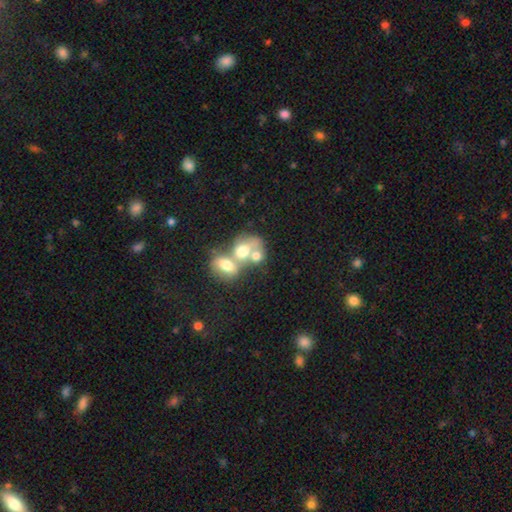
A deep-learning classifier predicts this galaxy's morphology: Q: Smooth or featured?
A: smooth (62%); runner-up: featured or disk (27%)
Q: How rounded?
A: in between (51%); runner-up: round (48%)
Q: Merging?
A: merger (69%); runner-up: none (17%)